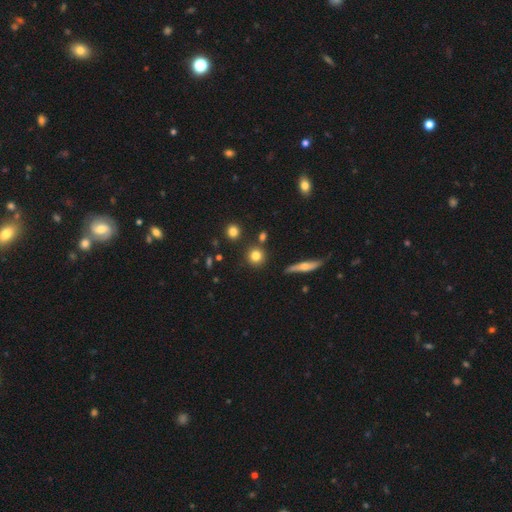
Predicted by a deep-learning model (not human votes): smooth-or-featured: smooth: 80% | star or artifact: 11% | featured or disk: 10%
  how-rounded: round: 90% | in between: 8% | cigar-shaped: 2%
  merging: none: 84% | minor disturbance: 7% | merger: 7% | major disturbance: 2%